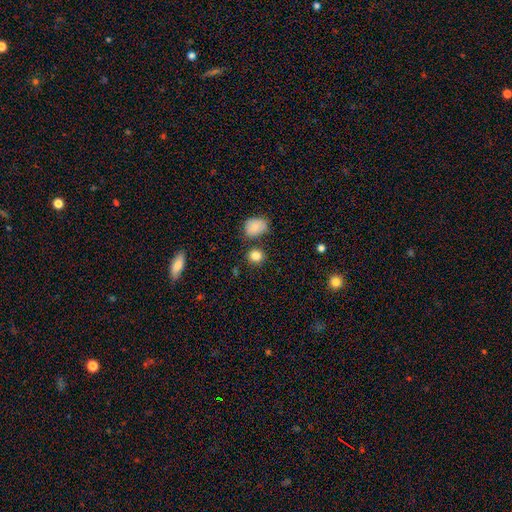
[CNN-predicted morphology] Q: Smooth or featured?
A: smooth (85%); runner-up: star or artifact (10%)
Q: How rounded?
A: round (77%); runner-up: in between (22%)
Q: Merging?
A: none (79%); runner-up: minor disturbance (10%)